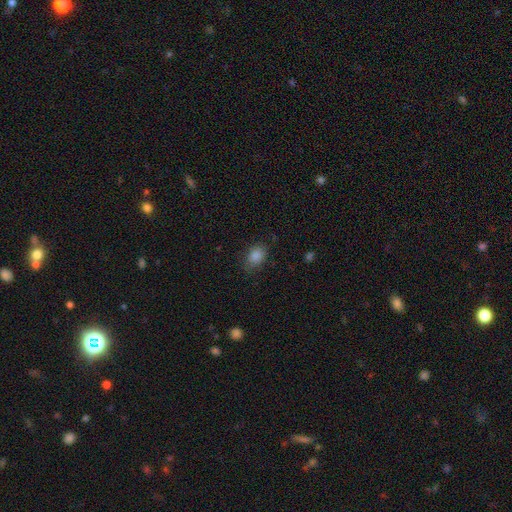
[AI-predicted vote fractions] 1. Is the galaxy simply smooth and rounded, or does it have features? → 84% smooth, 11% star or artifact, 5% featured or disk.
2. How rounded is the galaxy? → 74% in between, 24% round, 1% cigar-shaped.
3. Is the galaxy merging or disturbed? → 79% none, 16% minor disturbance, 4% major disturbance, 1% merger.